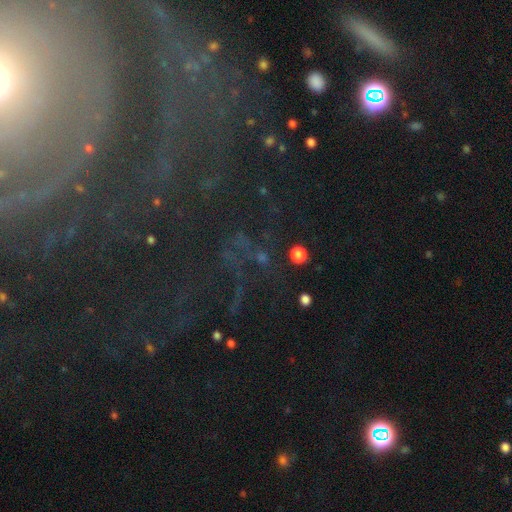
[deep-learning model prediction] The model was most divided on "smooth or featured": star or artifact: 66%, featured or disk: 19%, smooth: 15%.